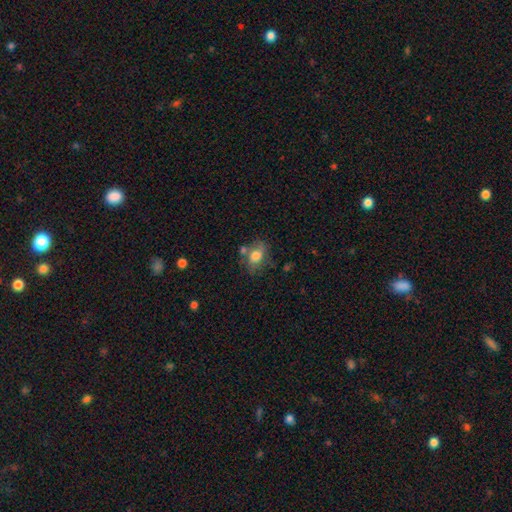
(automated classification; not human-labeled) Smooth or featured: smooth — 68% (featured or disk — 23%)
How rounded: in between — 66% (round — 33%)
Merging: none — 51% (minor disturbance — 23%)